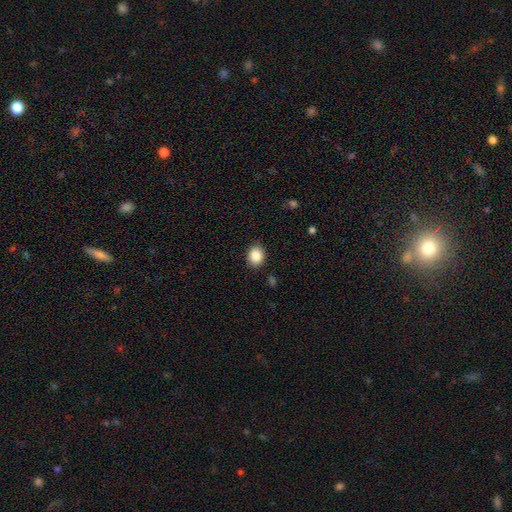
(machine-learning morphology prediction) smooth 87%, star or artifact 9%, featured or disk 5%. Down the decision tree: how rounded — round (56%); merging — none (88%).